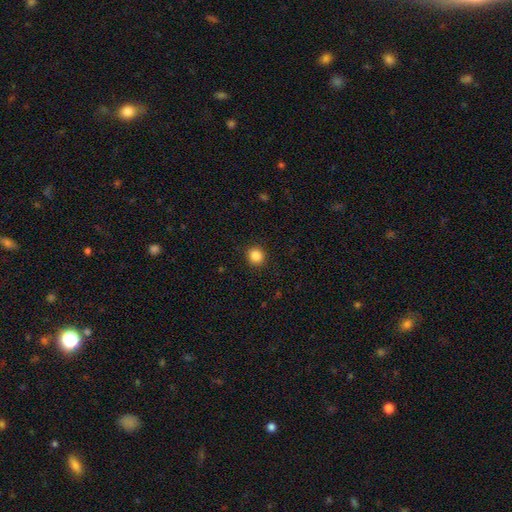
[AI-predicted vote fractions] This appears to be a smooth galaxy with no disk features (86%) that is round (89%). Merging: none (92%).